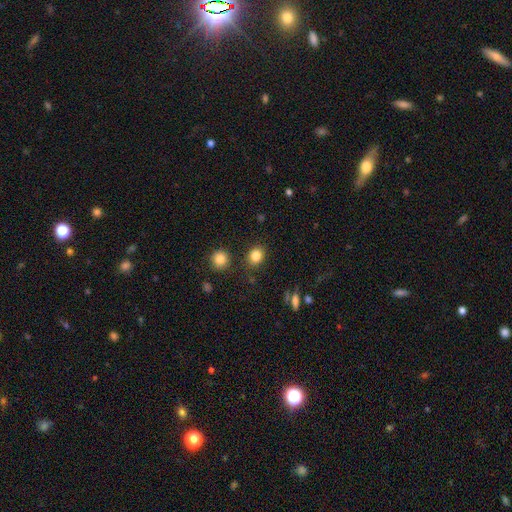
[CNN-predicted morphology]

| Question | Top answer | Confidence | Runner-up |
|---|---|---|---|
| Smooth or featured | smooth | 84% | star or artifact (11%) |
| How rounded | round | 59% | in between (40%) |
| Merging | none | 84% | minor disturbance (9%) |